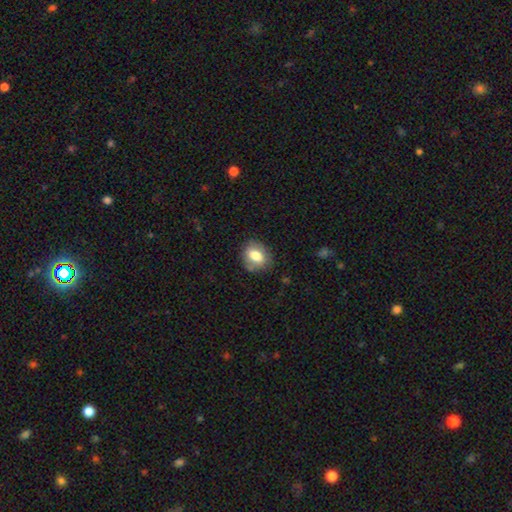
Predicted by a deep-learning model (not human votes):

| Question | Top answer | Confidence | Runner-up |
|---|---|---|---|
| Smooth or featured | smooth | 74% | featured or disk (18%) |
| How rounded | in between | 53% | round (45%) |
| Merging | none | 76% | minor disturbance (17%) |